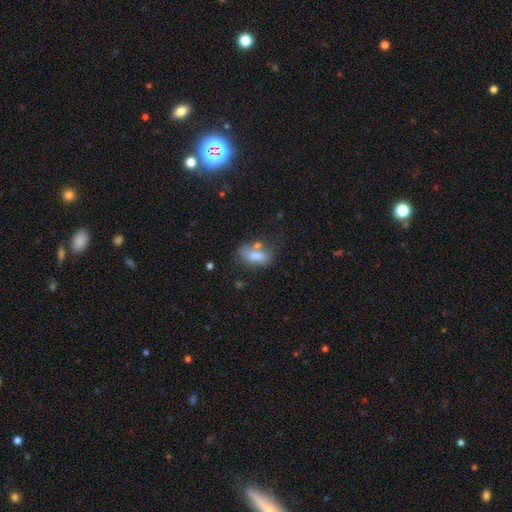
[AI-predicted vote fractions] Morphology: type=smooth (75%); roundness=in between (86%); merging=none (45%).